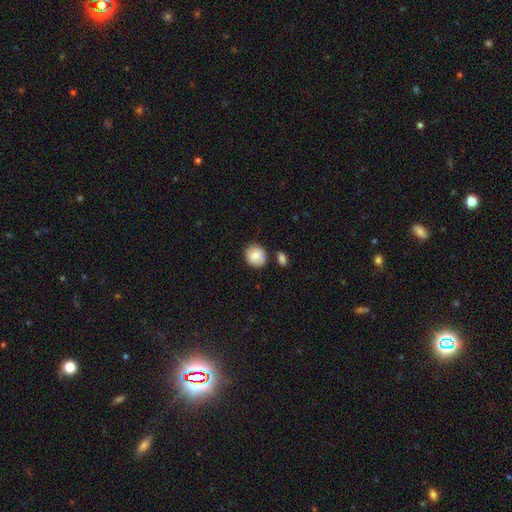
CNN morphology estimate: A smooth galaxy with no disk features (82%) that is round (74%).

Vote fractions:
- Smooth or featured? smooth: 82% / featured or disk: 11% / star or artifact: 7%
- How rounded? round: 74% / in between: 25% / cigar-shaped: 1%
- Merging? none: 75% / minor disturbance: 14% / merger: 8% / major disturbance: 3%